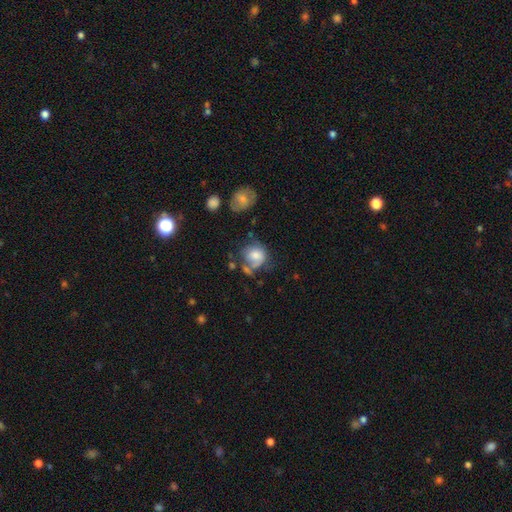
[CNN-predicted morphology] Smooth or featured?
  - smooth: 68% *
  - featured or disk: 24%
  - star or artifact: 8%
How rounded?
  - round: 71% *
  - in between: 28%
  - cigar-shaped: 1%
Merging?
  - none: 38% *
  - minor disturbance: 25%
  - major disturbance: 20%
  - merger: 17%